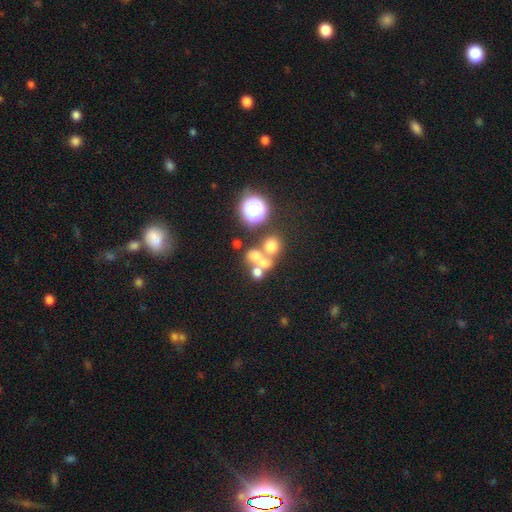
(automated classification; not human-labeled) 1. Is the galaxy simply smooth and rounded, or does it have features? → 53% smooth, 25% star or artifact, 22% featured or disk.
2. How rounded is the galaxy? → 67% round, 31% in between, 2% cigar-shaped.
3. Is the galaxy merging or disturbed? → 49% merger, 35% none, 8% minor disturbance, 8% major disturbance.